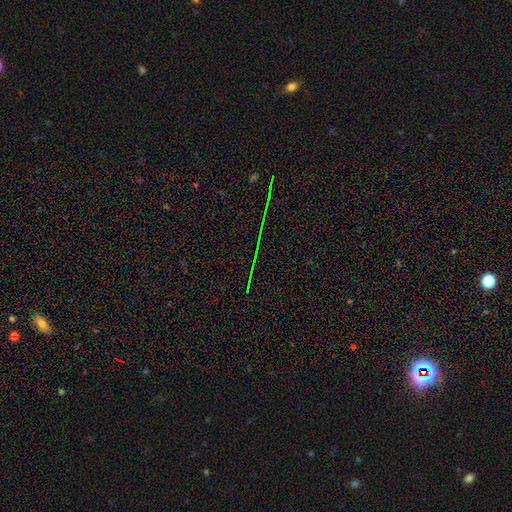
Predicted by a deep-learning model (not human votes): smooth_or_featured: star or artifact (p=0.81) [alt: smooth p=0.10]